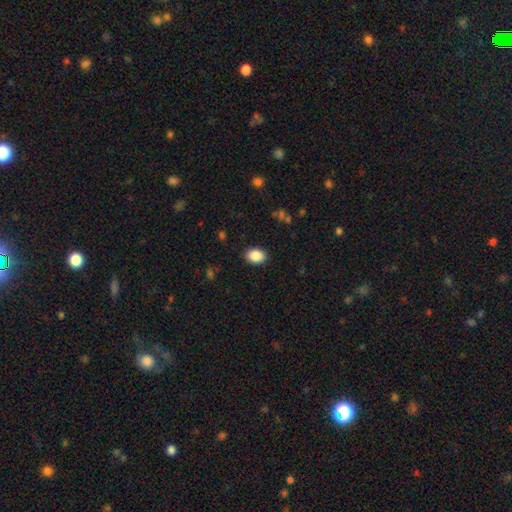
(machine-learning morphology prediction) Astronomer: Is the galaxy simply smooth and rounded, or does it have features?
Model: smooth — 88%.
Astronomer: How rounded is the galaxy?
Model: in between — 67%.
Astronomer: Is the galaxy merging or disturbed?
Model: none — 89%.